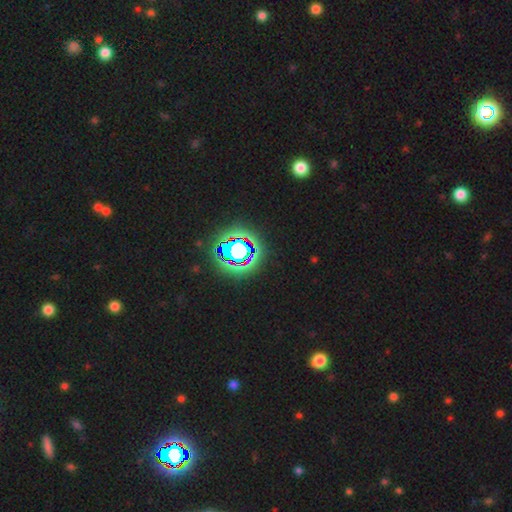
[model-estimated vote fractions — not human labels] Smooth or featured? Predicted: star or artifact (p=0.81).